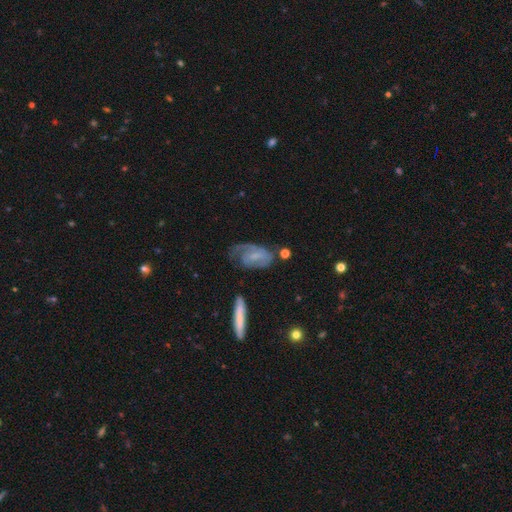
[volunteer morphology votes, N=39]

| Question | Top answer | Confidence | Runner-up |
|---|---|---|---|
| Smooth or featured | featured or disk | 74% | smooth (23%) |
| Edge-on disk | no | 100% | — |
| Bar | no | 48% | weak (41%) |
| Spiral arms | yes | 93% | no (7%) |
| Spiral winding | medium | 52% | tight (26%) |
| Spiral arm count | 2 | 41% | 1 (37%) |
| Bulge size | small | 52% | moderate (28%) |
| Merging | none | 39% | major disturbance (37%) |